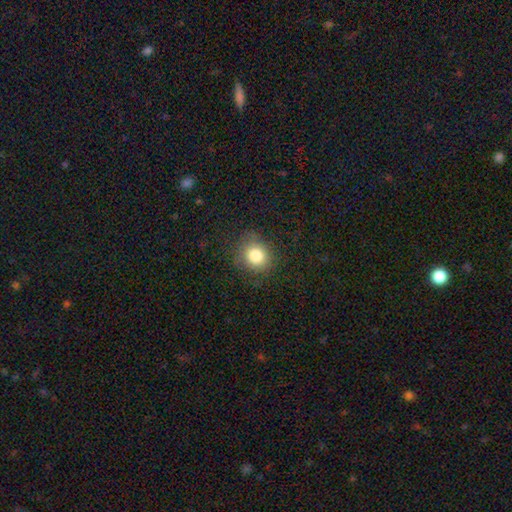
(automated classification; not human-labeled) A smooth galaxy with no disk features (82%) that is round (86%).

Vote fractions:
- Smooth or featured? smooth: 82% / star or artifact: 11% / featured or disk: 7%
- How rounded? round: 86% / in between: 13% / cigar-shaped: 1%
- Merging? none: 84% / minor disturbance: 11% / major disturbance: 4% / merger: 1%